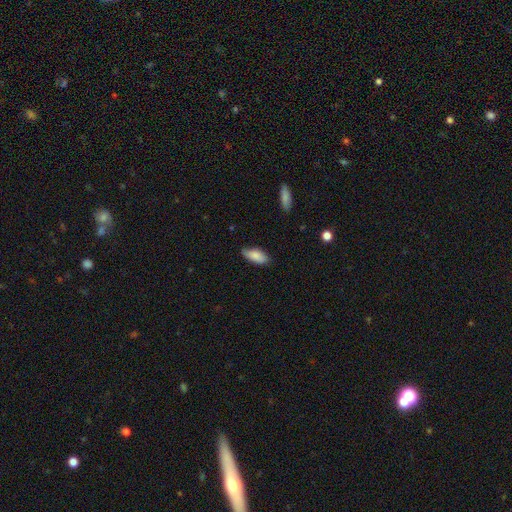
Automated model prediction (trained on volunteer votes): This appears to be a smooth galaxy with no disk features (85%) that is in between round and cigar-shaped (87%). Merging: none (78%).